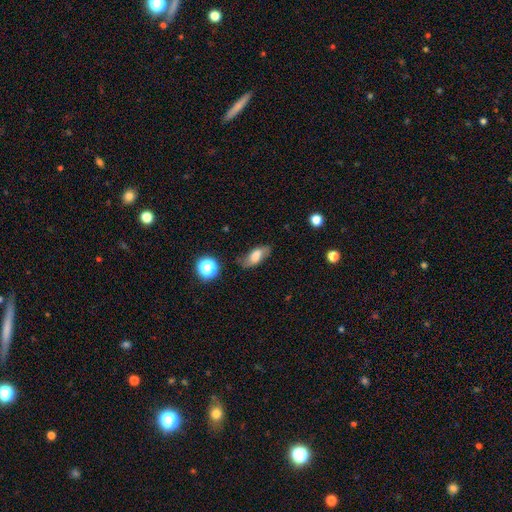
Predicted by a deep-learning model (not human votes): smooth_or_featured: smooth (p=0.60) [alt: featured or disk p=0.29]
how_rounded: in between (p=0.80) [alt: cigar-shaped p=0.13]
merging: none (p=0.69) [alt: minor disturbance p=0.21]